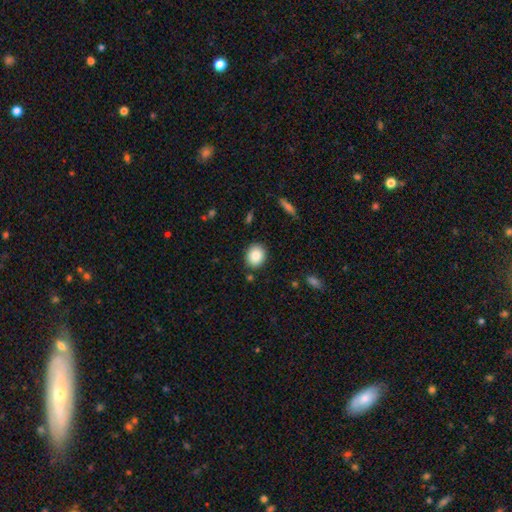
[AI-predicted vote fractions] Smooth or featured? Predicted: smooth (p=0.85). How rounded? Predicted: round (p=0.64). Merging? Predicted: none (p=0.88).